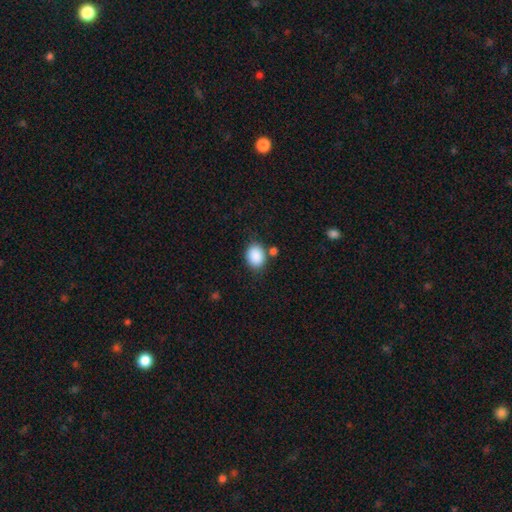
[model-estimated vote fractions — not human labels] Smooth or featured? Predicted: smooth (p=0.88). How rounded? Predicted: in between (p=0.64). Merging? Predicted: none (p=0.75).